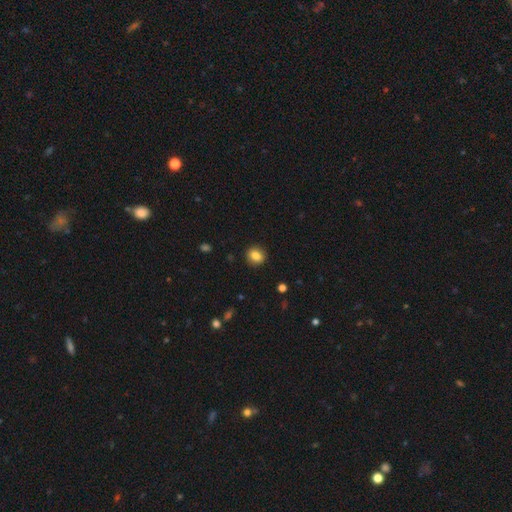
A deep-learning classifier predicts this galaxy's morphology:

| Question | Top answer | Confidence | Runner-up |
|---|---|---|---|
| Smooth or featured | smooth | 83% | star or artifact (9%) |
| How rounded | round | 71% | in between (28%) |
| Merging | none | 89% | minor disturbance (8%) |